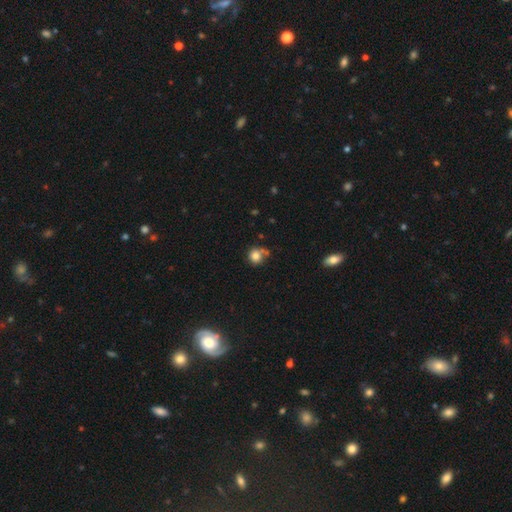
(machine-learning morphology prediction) The model was most divided on "merging": none: 59%, minor disturbance: 18%, merger: 16%, major disturbance: 7%. More confident: how rounded — round (88%); smooth or featured — smooth (80%).